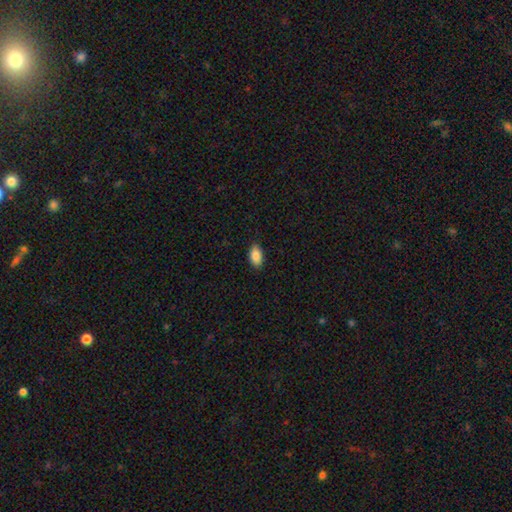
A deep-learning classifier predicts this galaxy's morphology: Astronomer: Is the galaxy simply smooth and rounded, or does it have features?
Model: smooth — 88%.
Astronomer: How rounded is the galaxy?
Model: in between — 93%.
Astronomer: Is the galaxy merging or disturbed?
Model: none — 88%.